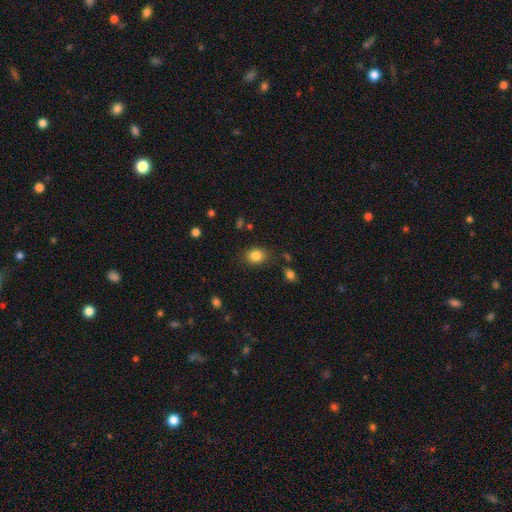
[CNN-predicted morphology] The model was most divided on "how rounded": in between: 51%, round: 48%, cigar-shaped: 1%. More confident: smooth or featured — smooth (84%); merging — none (82%).